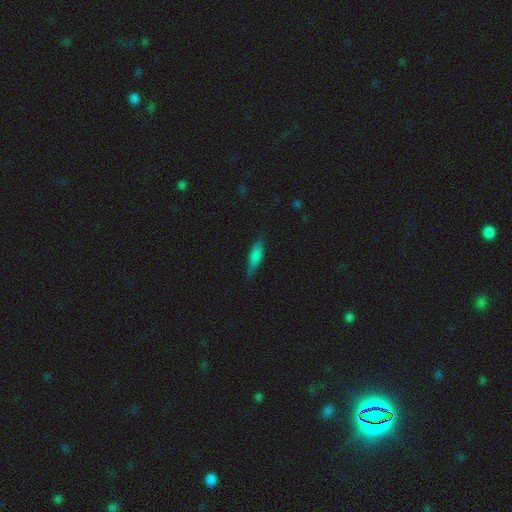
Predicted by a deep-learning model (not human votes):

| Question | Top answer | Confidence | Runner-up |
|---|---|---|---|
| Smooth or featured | smooth | 72% | featured or disk (20%) |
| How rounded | cigar-shaped | 64% | in between (34%) |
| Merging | none | 77% | minor disturbance (19%) |